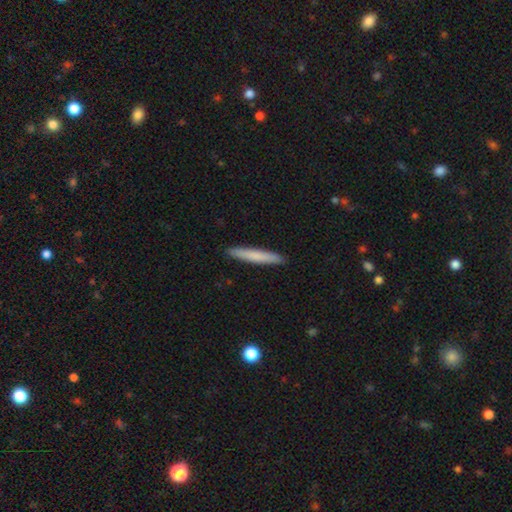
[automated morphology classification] Q: Smooth or featured?
A: smooth (74%); runner-up: featured or disk (20%)
Q: How rounded?
A: cigar-shaped (96%); runner-up: in between (3%)
Q: Merging?
A: none (92%); runner-up: minor disturbance (5%)